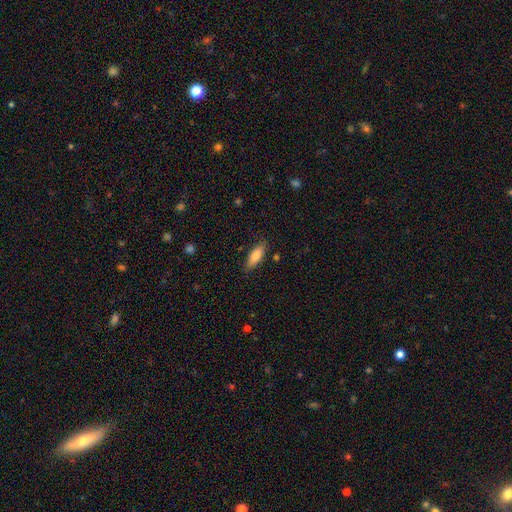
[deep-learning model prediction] Smooth or featured? smooth (78%)
How rounded? in between (65%)
Merging? none (85%)